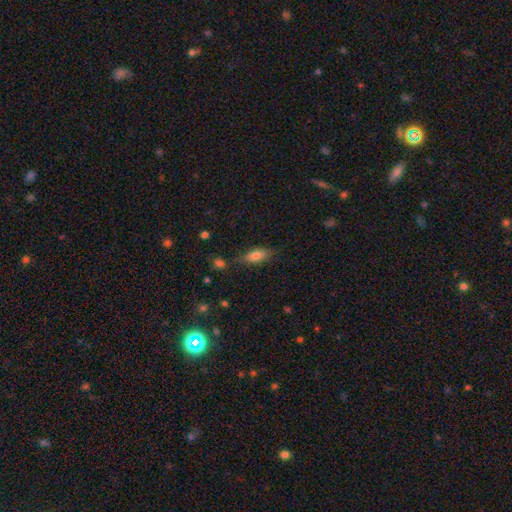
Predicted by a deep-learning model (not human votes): A smooth galaxy with no disk features (73%) that is in between round and cigar-shaped (70%).

Vote fractions:
- Smooth or featured? smooth: 73% / featured or disk: 18% / star or artifact: 9%
- How rounded? in between: 70% / cigar-shaped: 27% / round: 3%
- Merging? none: 75% / minor disturbance: 16% / merger: 4% / major disturbance: 4%